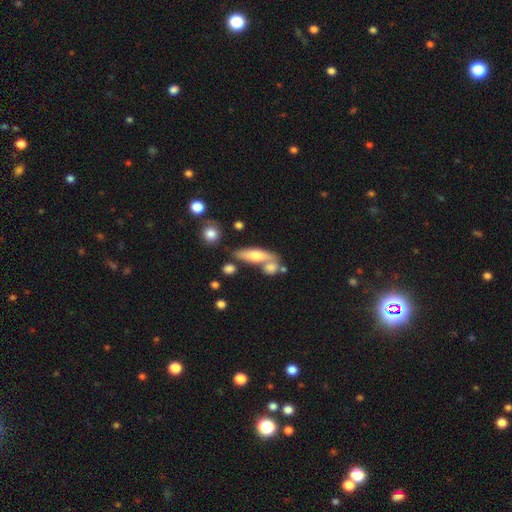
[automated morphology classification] type=smooth (58%); roundness=cigar-shaped (49%); merging=none (50%).